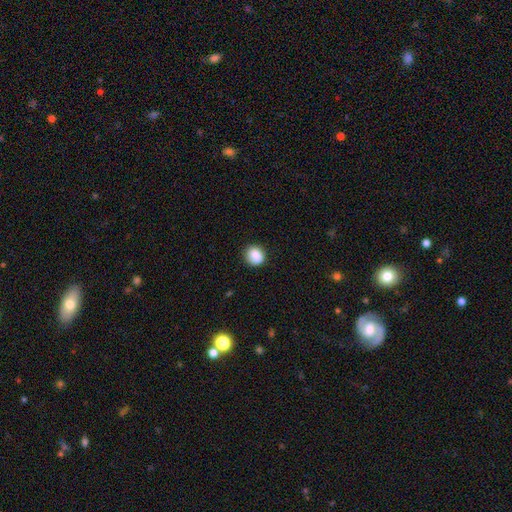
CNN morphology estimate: Smooth or featured? Predicted: smooth (p=0.85). How rounded? Predicted: round (p=0.73). Merging? Predicted: none (p=0.78).